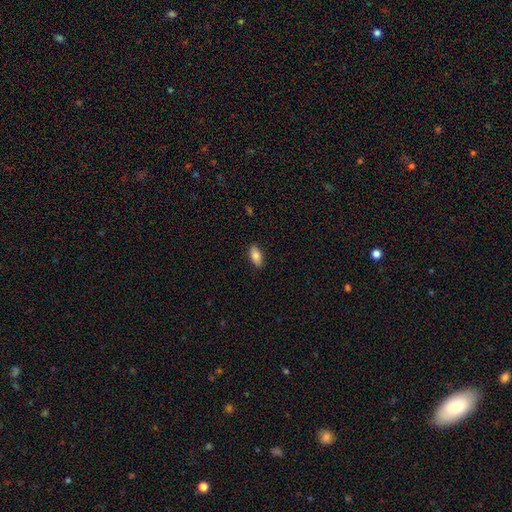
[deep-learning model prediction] Smooth or featured: smooth — 80% (featured or disk — 14%)
How rounded: in between — 88% (cigar-shaped — 9%)
Merging: none — 89% (minor disturbance — 8%)